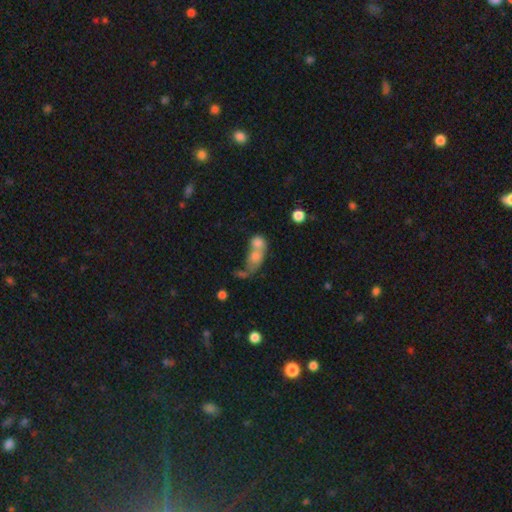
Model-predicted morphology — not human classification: smooth 62%, featured or disk 25%, star or artifact 13%. Down the decision tree: how rounded — in between (56%); merging — merger (69%).